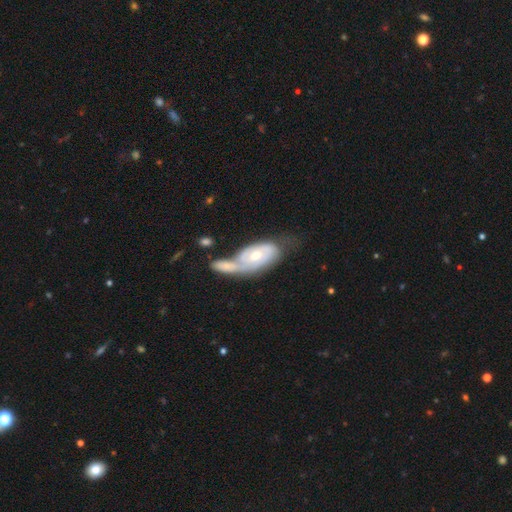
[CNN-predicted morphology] The model was most divided on "merging": merger: 48%, none: 23%, minor disturbance: 15%, major disturbance: 14%. More confident: edge-on disk — no (92%); bar — no (71%); spiral arms — yes (71%); smooth or featured — featured or disk (66%); bulge size — moderate (62%).